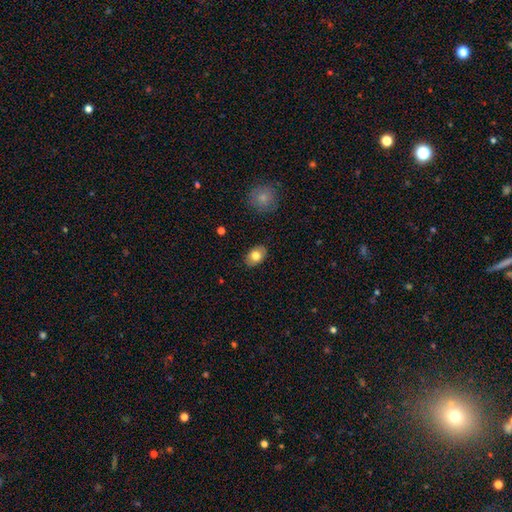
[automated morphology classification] The model was most divided on "smooth or featured": smooth: 77%, featured or disk: 16%, star or artifact: 7%. More confident: merging — none (86%); how rounded — in between (81%).